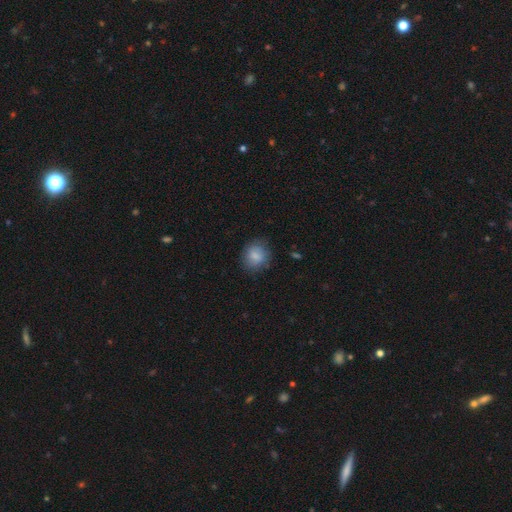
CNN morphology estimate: type=smooth (83%); roundness=round (74%); merging=none (78%).